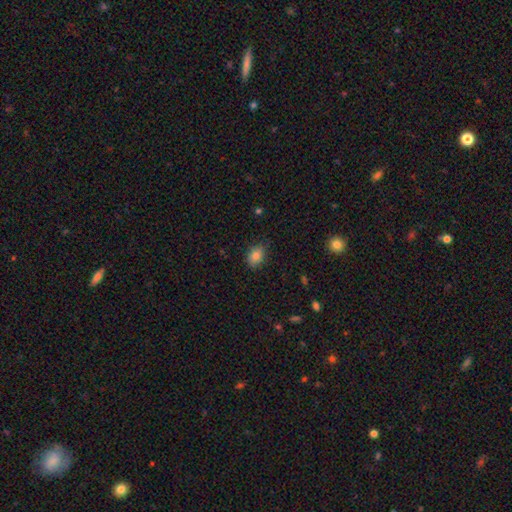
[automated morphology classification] This is clearly a smooth galaxy (84%). How rounded: likely in between (76%). Merging: clearly none (81%).